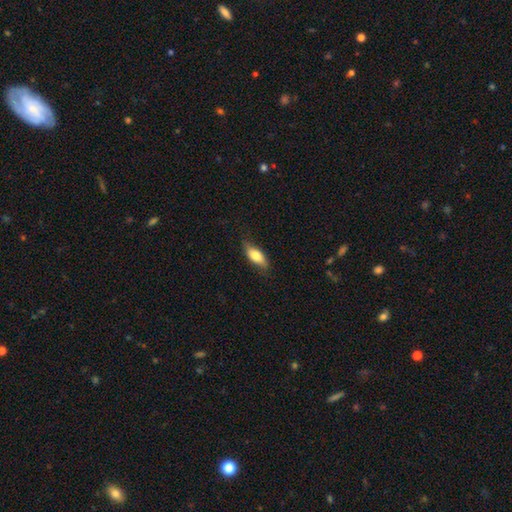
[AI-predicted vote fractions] This is likely a smooth galaxy (77%). How rounded: likely in between (77%). Merging: likely none (76%).